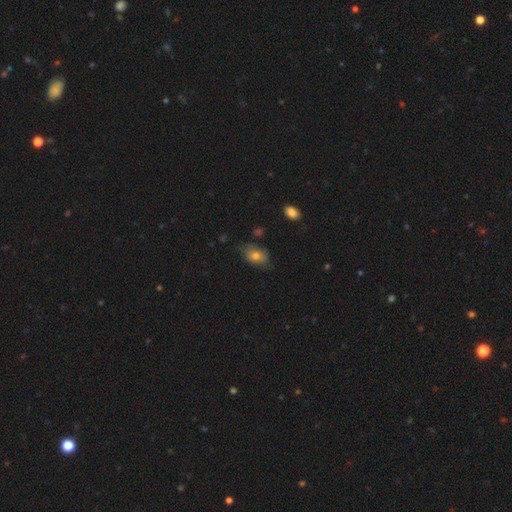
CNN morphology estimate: type=smooth (72%); roundness=in between (81%); merging=none (65%).